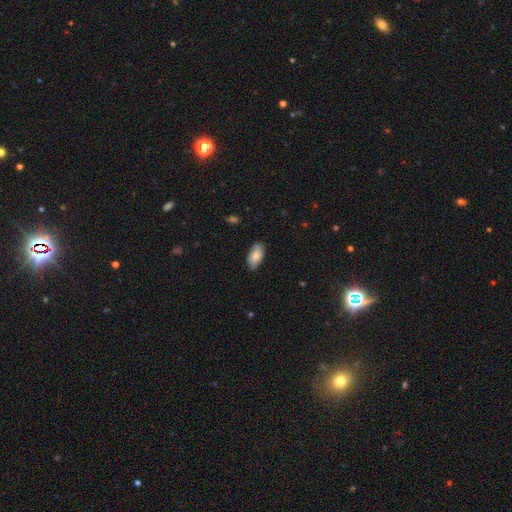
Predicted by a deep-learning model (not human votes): Smooth or featured? Predicted: smooth (p=0.76). How rounded? Predicted: in between (p=0.92). Merging? Predicted: none (p=0.78).